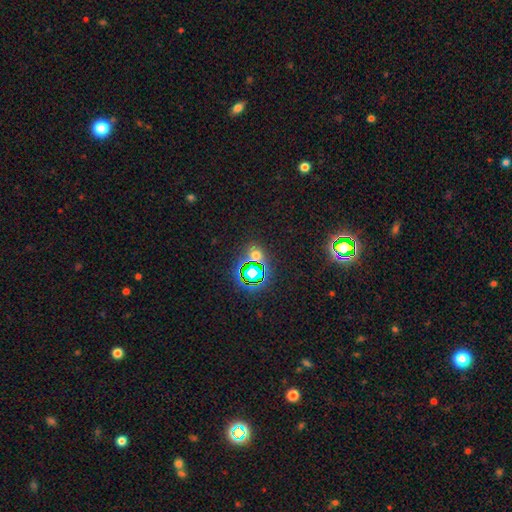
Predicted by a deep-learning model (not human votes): Smooth or featured: star or artifact — 54% (smooth — 37%)